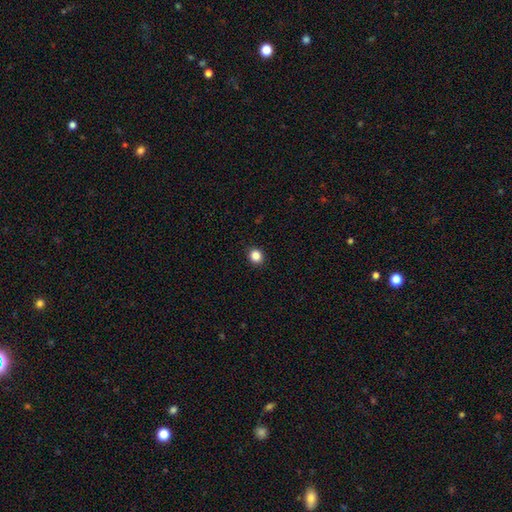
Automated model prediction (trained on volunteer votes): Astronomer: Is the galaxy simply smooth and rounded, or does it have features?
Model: smooth — 86%.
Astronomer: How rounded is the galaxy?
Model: round — 81%.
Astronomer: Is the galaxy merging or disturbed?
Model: none — 92%.